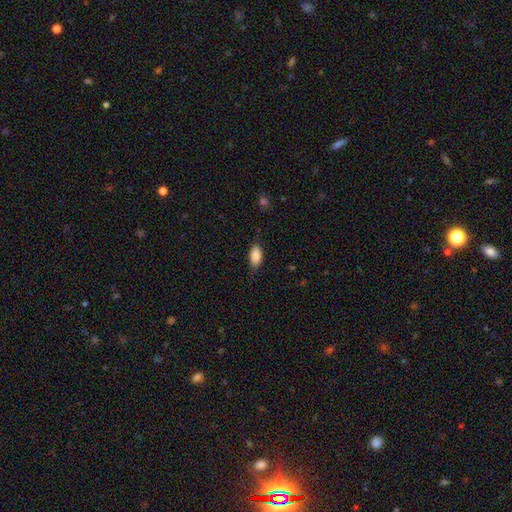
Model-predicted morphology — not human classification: A smooth galaxy with no disk features (88%) that is in between round and cigar-shaped (90%).

Vote fractions:
- Smooth or featured? smooth: 88% / star or artifact: 7% / featured or disk: 6%
- How rounded? in between: 90% / cigar-shaped: 7% / round: 3%
- Merging? none: 78% / minor disturbance: 18% / major disturbance: 4% / merger: 1%